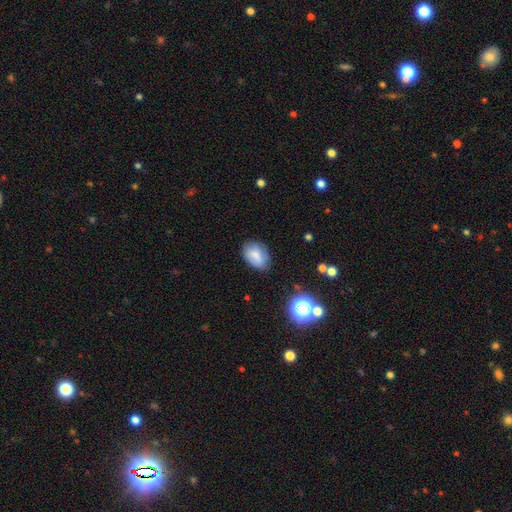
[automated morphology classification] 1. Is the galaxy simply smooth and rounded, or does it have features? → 78% smooth, 13% featured or disk, 9% star or artifact.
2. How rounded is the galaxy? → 81% in between, 18% round, 1% cigar-shaped.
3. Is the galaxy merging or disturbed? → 73% none, 20% minor disturbance, 4% major disturbance, 2% merger.